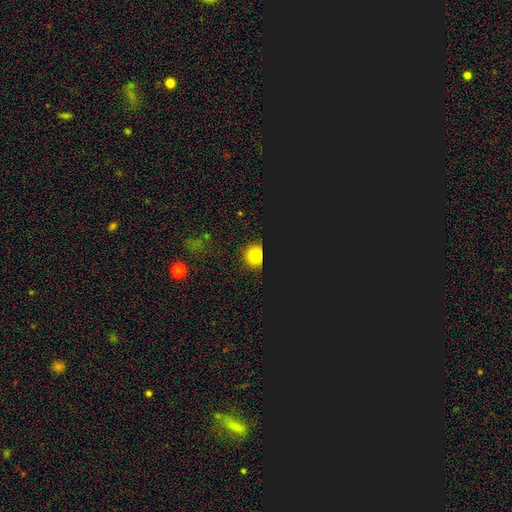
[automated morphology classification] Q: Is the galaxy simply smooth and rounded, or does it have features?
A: smooth — 55%.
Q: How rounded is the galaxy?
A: round — 74%.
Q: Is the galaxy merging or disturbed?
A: none — 83%.